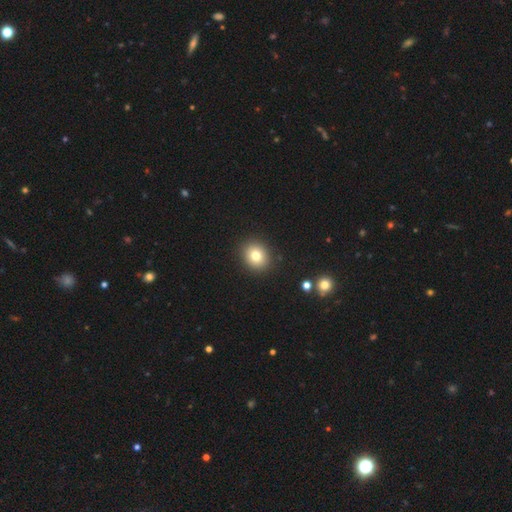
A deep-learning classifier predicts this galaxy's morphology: Smooth or featured?
  - smooth: 78% *
  - star or artifact: 11%
  - featured or disk: 10%
How rounded?
  - round: 72% *
  - in between: 27%
  - cigar-shaped: 1%
Merging?
  - none: 90% *
  - minor disturbance: 6%
  - major disturbance: 2%
  - merger: 2%